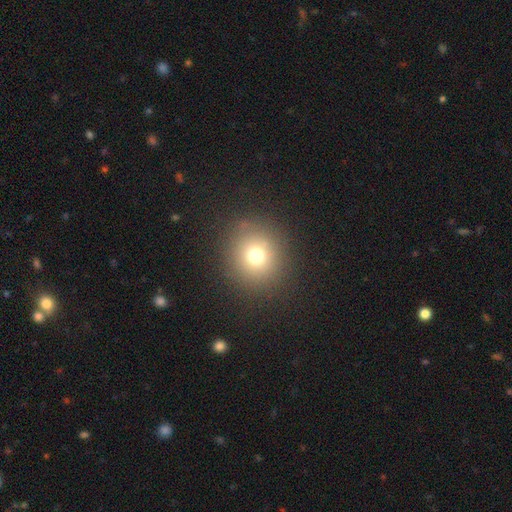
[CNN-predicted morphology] This is likely a smooth galaxy (72%). How rounded: clearly round (90%). Merging: clearly none (87%).